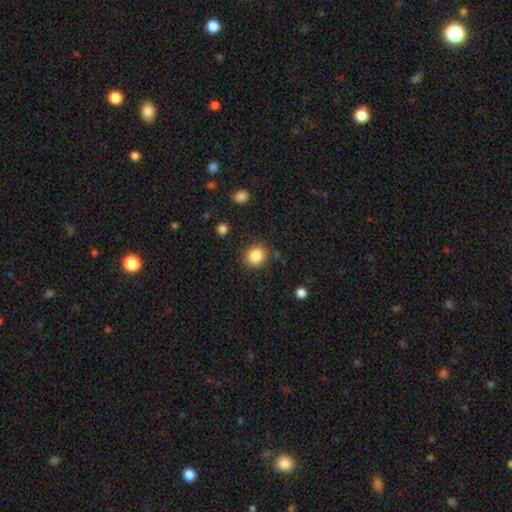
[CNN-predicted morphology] This appears to be a smooth galaxy with no disk features (85%) that is round (78%). Merging: none (86%).